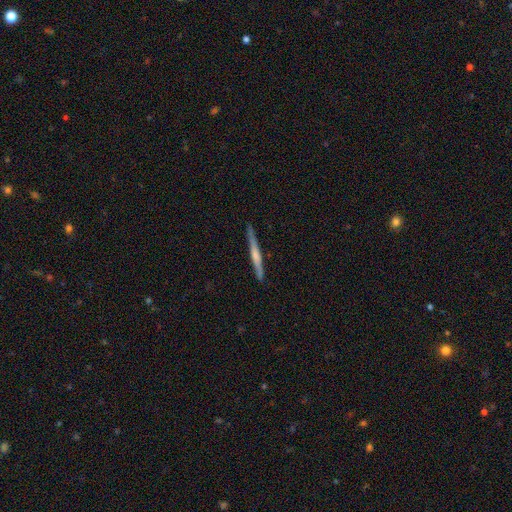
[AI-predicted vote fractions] Q: Smooth or featured?
A: featured or disk (54%); runner-up: smooth (40%)
Q: Edge-on disk?
A: yes (97%); runner-up: no (3%)
Q: Edge-on bulge?
A: rounded (46%); runner-up: none (38%)
Q: Merging?
A: none (88%); runner-up: minor disturbance (9%)